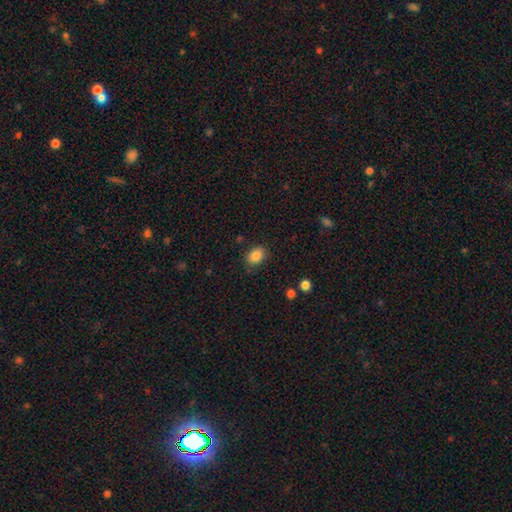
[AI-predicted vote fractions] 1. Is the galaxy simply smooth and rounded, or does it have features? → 86% smooth, 9% star or artifact, 5% featured or disk.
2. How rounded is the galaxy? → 74% in between, 25% round, 1% cigar-shaped.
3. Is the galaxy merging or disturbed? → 84% none, 11% minor disturbance, 3% major disturbance, 2% merger.